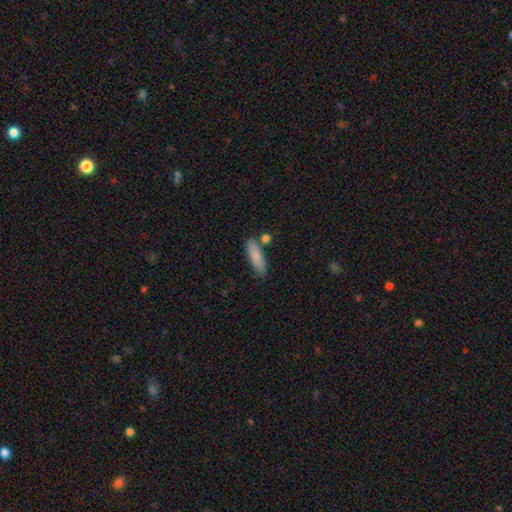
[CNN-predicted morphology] smooth-or-featured: smooth: 84% | featured or disk: 10% | star or artifact: 6%
  how-rounded: cigar-shaped: 54% | in between: 44% | round: 2%
  merging: none: 75% | minor disturbance: 13% | merger: 9% | major disturbance: 3%